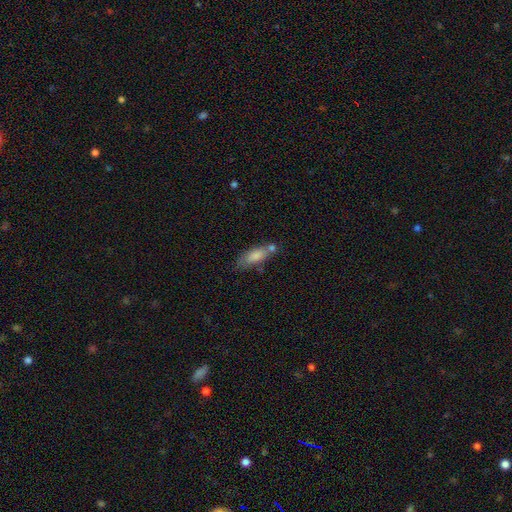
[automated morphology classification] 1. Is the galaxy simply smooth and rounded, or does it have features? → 78% smooth, 15% featured or disk, 7% star or artifact.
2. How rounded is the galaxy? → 66% in between, 32% cigar-shaped, 2% round.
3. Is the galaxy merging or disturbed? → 53% none, 21% merger, 20% minor disturbance, 6% major disturbance.